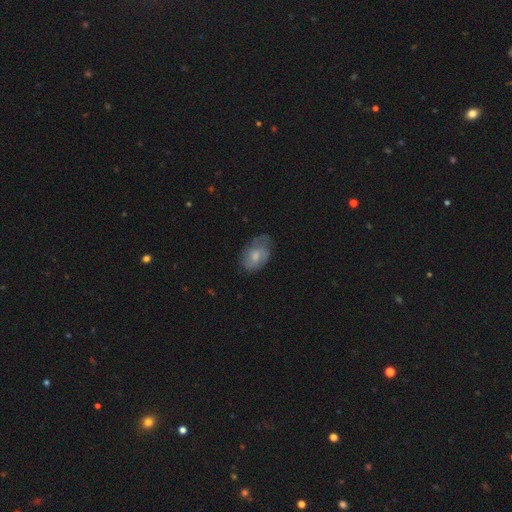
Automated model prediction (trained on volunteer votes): Smooth or featured: featured or disk — 49% (smooth — 44%)
Merging: none — 59% (minor disturbance — 28%)